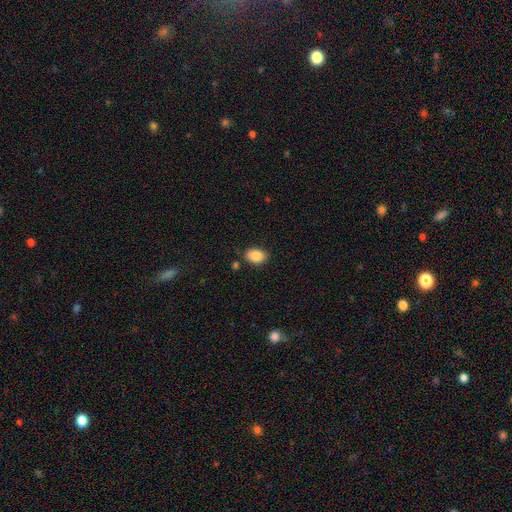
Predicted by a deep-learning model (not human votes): Smooth or featured?
  - smooth: 88% *
  - star or artifact: 8%
  - featured or disk: 4%
How rounded?
  - in between: 77% *
  - round: 22%
  - cigar-shaped: 1%
Merging?
  - none: 80% *
  - minor disturbance: 13%
  - merger: 4%
  - major disturbance: 3%